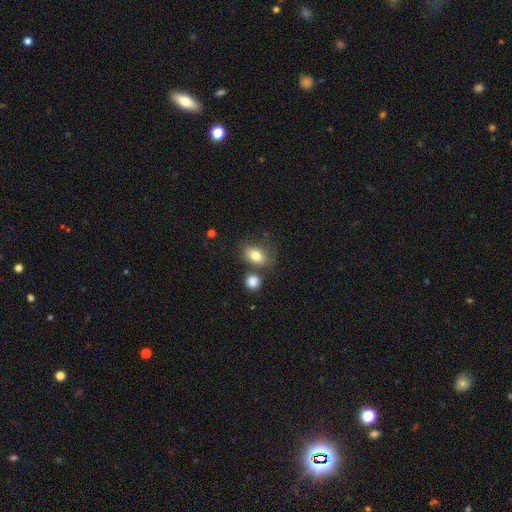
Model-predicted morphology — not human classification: The model was most divided on "merging": none: 57%, minor disturbance: 19%, merger: 17%, major disturbance: 7%. More confident: smooth or featured — smooth (79%); how rounded — in between (76%).